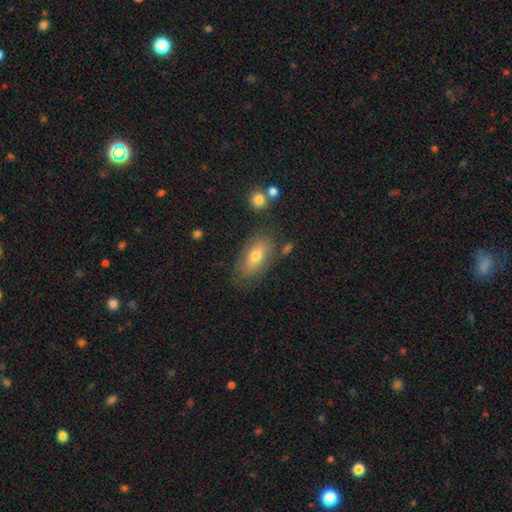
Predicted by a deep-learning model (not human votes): Overall: smooth (68%). How rounded: in between (85%). Merging: none (74%).